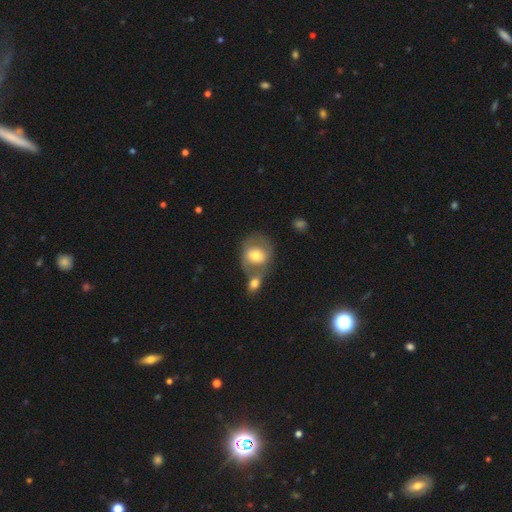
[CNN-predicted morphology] Overall: smooth (52%; featured or disk 42%). How rounded: round (58%; in between 40%). Merging: merger (44%; none 36%).